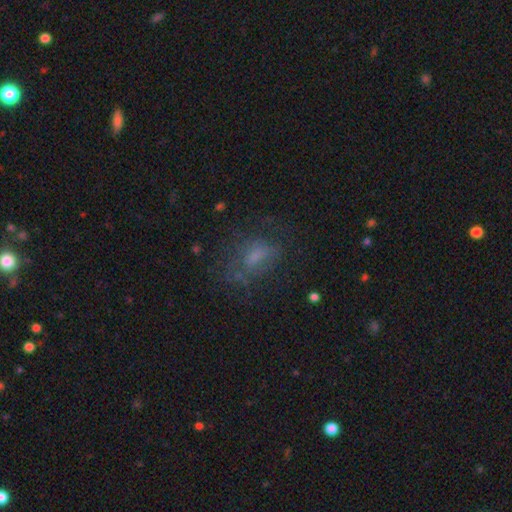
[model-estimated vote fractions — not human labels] Smooth or featured?
  - smooth: 51% *
  - featured or disk: 32%
  - star or artifact: 17%
How rounded?
  - in between: 76% *
  - round: 17%
  - cigar-shaped: 6%
Merging?
  - none: 50% *
  - major disturbance: 26%
  - minor disturbance: 22%
  - merger: 3%